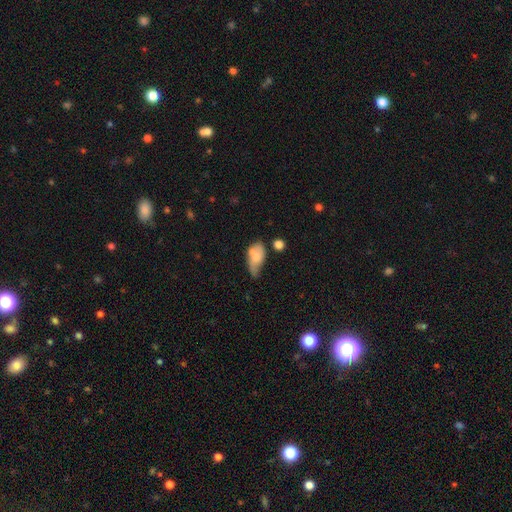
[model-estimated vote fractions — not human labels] The model was most divided on "merging": minor disturbance: 39%, none: 28%, major disturbance: 21%, merger: 13%. More confident: how rounded — in between (90%); smooth or featured — smooth (68%).